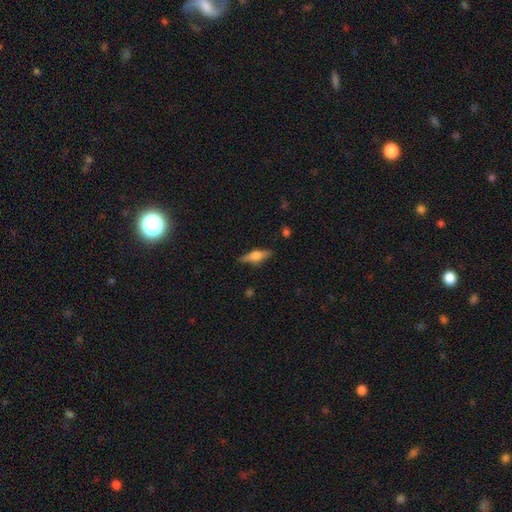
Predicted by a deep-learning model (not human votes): Smooth or featured? featured or disk (53%)
Edge-on disk? yes (94%)
Merging? none (83%)